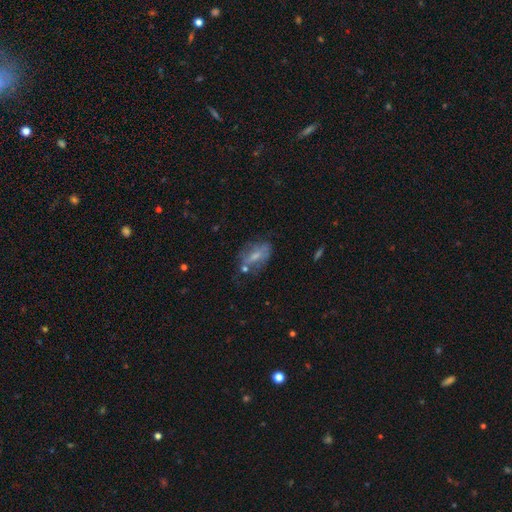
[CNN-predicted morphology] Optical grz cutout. It shows a smooth galaxy with no disk features (45%, tied with featured or disk). Merging: none (45%).